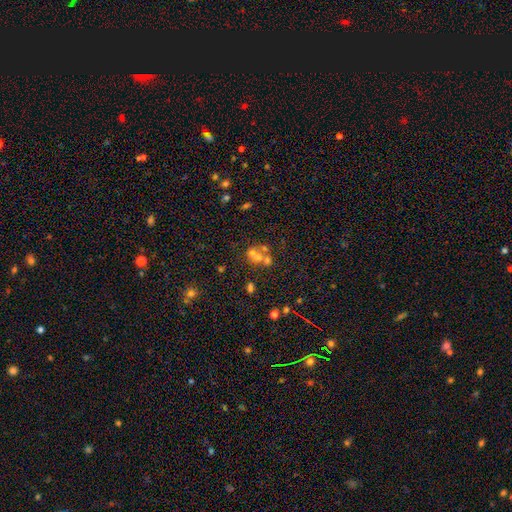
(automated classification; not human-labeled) Smooth or featured? smooth (50%)
Merging? merger (53%)